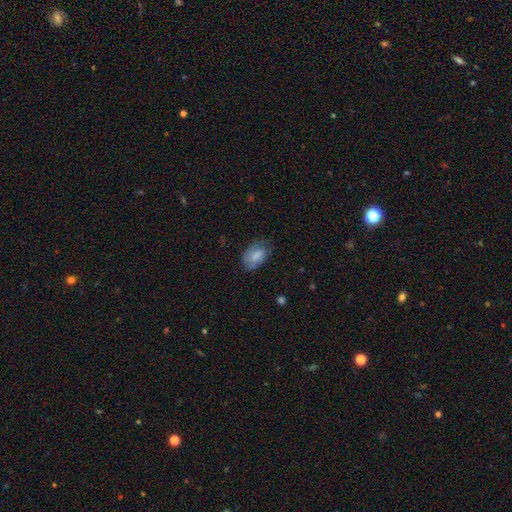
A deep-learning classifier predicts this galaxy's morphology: This appears to be a smooth galaxy with no disk features (69%) that is in between round and cigar-shaped (90%). Merging: none (60%).